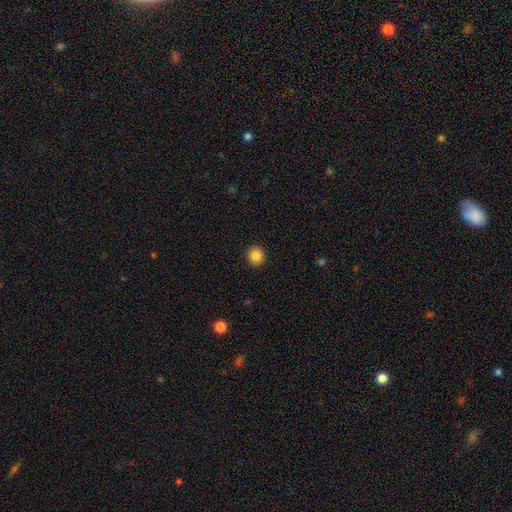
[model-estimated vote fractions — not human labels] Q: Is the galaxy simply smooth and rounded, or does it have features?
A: smooth — 86%.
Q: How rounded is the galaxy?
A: round — 91%.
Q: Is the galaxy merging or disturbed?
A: none — 93%.